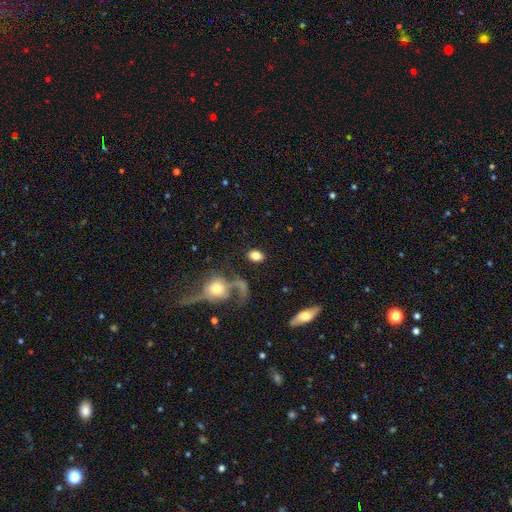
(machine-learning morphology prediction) The model was most divided on "how rounded": in between: 78%, round: 20%, cigar-shaped: 2%. More confident: smooth or featured — smooth (80%); merging — none (75%).